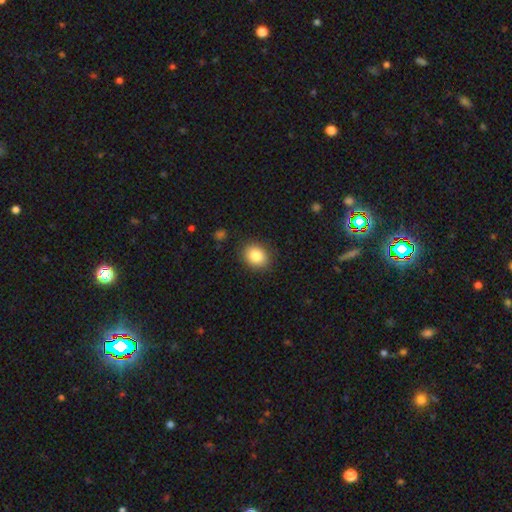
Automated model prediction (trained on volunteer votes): smooth 84%, star or artifact 9%, featured or disk 7%. Down the decision tree: how rounded — round (54%); merging — none (87%).